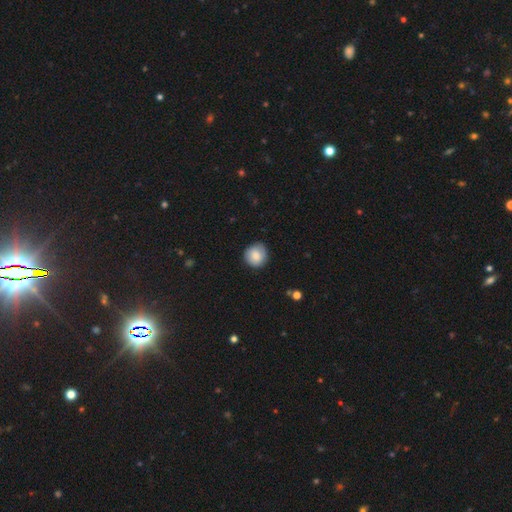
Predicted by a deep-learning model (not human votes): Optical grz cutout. It shows a smooth galaxy with no disk features (83%) that is round (93%). Merging: none (85%).